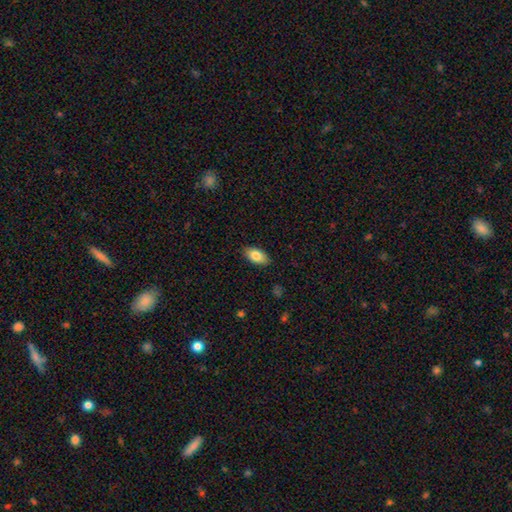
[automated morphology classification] smooth_or_featured: smooth (p=0.82) [alt: featured or disk p=0.11]
how_rounded: in between (p=0.93) [alt: round p=0.04]
merging: none (p=0.87) [alt: minor disturbance p=0.10]